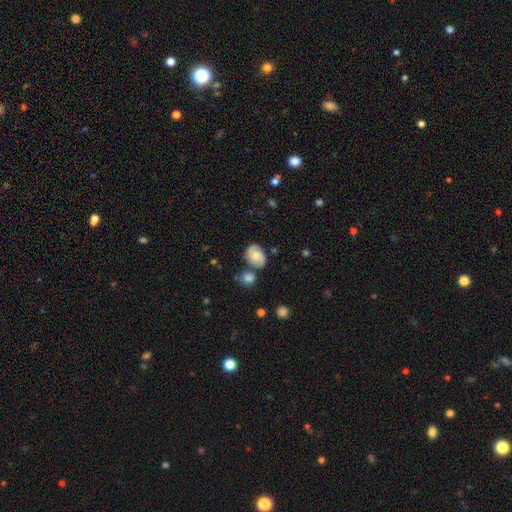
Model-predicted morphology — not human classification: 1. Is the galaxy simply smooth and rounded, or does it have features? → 60% smooth, 31% featured or disk, 9% star or artifact.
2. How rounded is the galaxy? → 70% in between, 29% round, 1% cigar-shaped.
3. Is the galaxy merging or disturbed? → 57% none, 21% minor disturbance, 16% merger, 6% major disturbance.